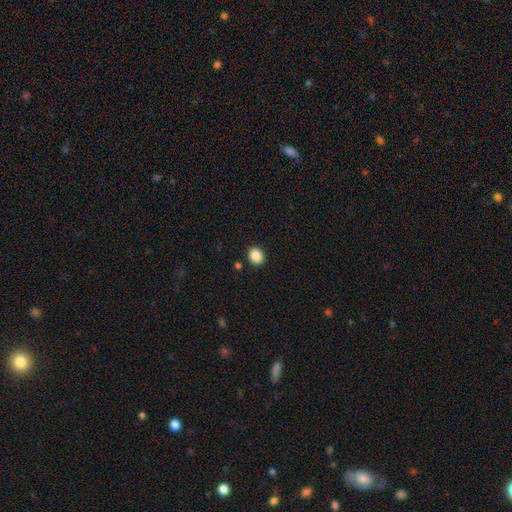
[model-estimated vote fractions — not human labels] Q: Smooth or featured?
A: smooth (87%); runner-up: star or artifact (9%)
Q: How rounded?
A: round (65%); runner-up: in between (34%)
Q: Merging?
A: none (90%); runner-up: minor disturbance (6%)